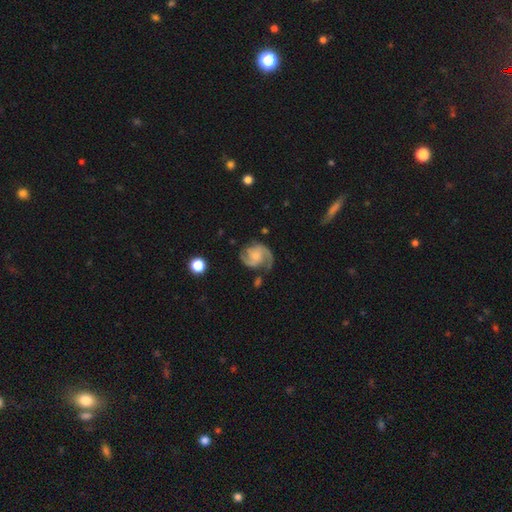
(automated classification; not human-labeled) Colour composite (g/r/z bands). It shows a featured or disk galaxy (87%) with no bar (59%), 2 (80%) medium (53%) spiral arms (97%) and a small central bulge (39%). Merging: none (69%).